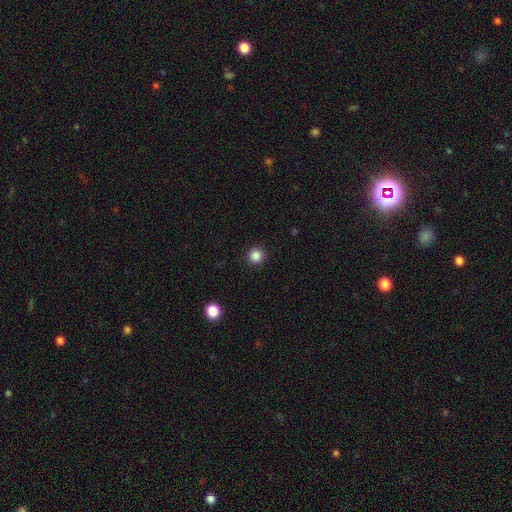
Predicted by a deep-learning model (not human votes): Q: Smooth or featured?
A: smooth (86%); runner-up: star or artifact (11%)
Q: How rounded?
A: round (96%); runner-up: in between (3%)
Q: Merging?
A: none (93%); runner-up: minor disturbance (4%)